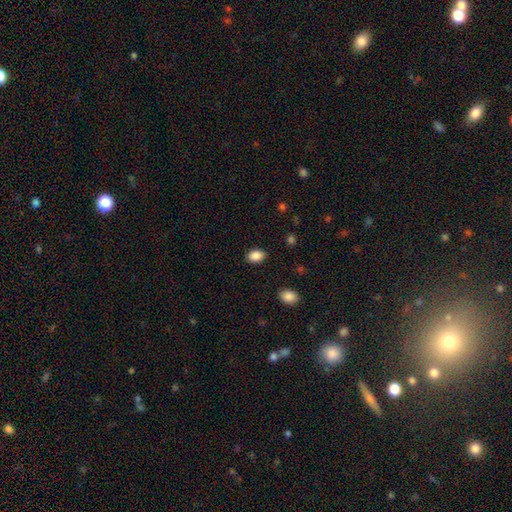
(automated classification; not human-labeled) Morphology: type=smooth (88%); roundness=in between (80%); merging=none (88%).